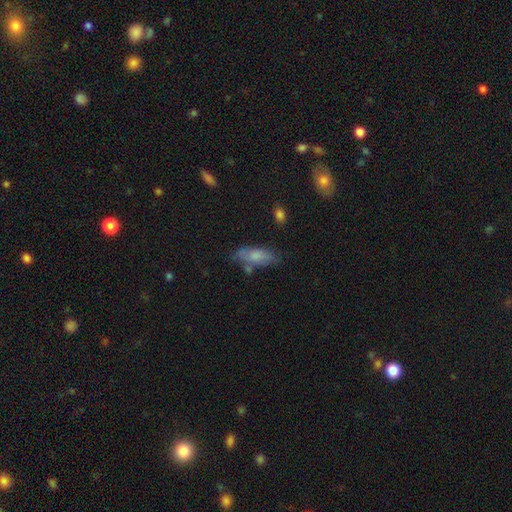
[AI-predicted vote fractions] Smooth or featured?
  - smooth: 72% *
  - featured or disk: 21%
  - star or artifact: 8%
How rounded?
  - in between: 74% *
  - cigar-shaped: 23%
  - round: 3%
Merging?
  - none: 58% *
  - minor disturbance: 25%
  - merger: 10%
  - major disturbance: 8%